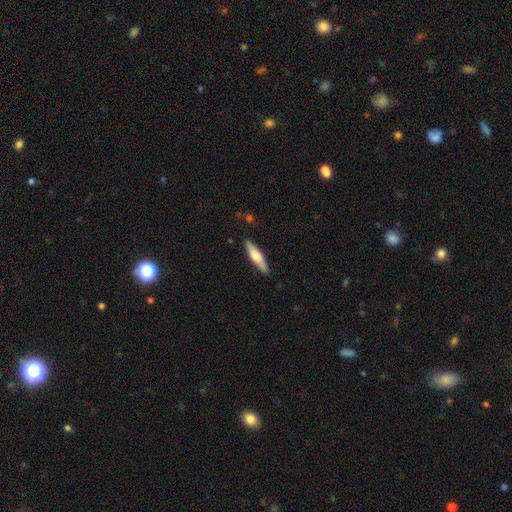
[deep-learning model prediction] smooth 52%, featured or disk 43%, star or artifact 6%. Down the decision tree: how rounded — cigar-shaped (79%); merging — none (86%).